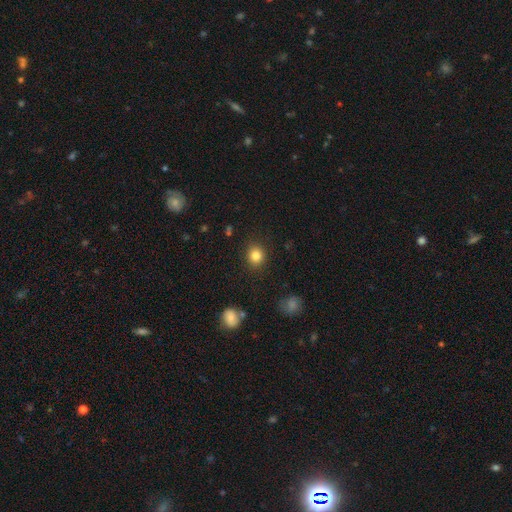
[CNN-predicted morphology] This is clearly a smooth galaxy (84%). How rounded: clearly round (81%). Merging: clearly none (89%).